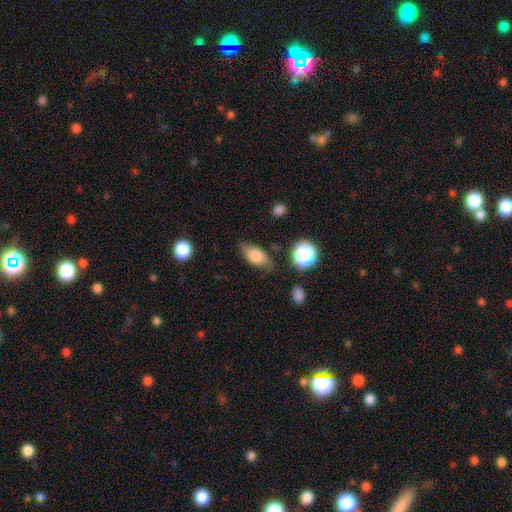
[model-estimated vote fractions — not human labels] smooth 75%, featured or disk 15%, star or artifact 9%. Down the decision tree: how rounded — in between (82%); merging — none (74%).